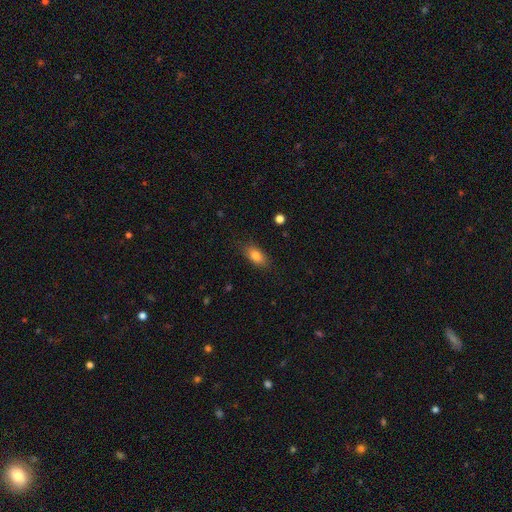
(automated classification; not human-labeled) smooth-or-featured: smooth: 80% | featured or disk: 12% | star or artifact: 9%
  how-rounded: in between: 86% | round: 7% | cigar-shaped: 7%
  merging: none: 83% | minor disturbance: 13% | major disturbance: 3% | merger: 1%